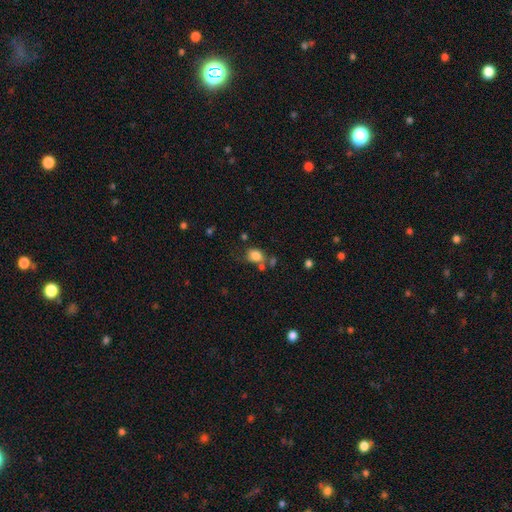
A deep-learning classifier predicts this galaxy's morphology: This is clearly a smooth galaxy (82%). How rounded: possibly in between (57%). Merging: possibly none (56%).